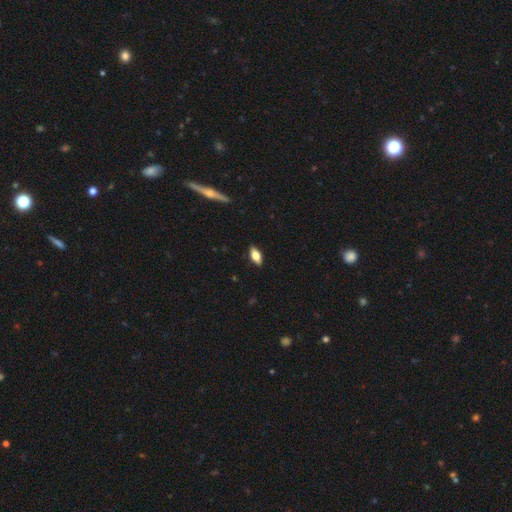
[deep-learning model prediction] This is likely a smooth galaxy (62%). How rounded: clearly in between (81%). Merging: clearly none (88%).